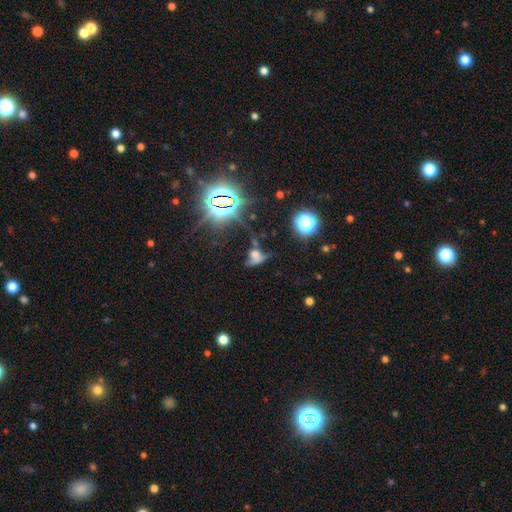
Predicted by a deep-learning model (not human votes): Overall: smooth (40%; star or artifact 31%). Merging: major disturbance (31%; none 28%).